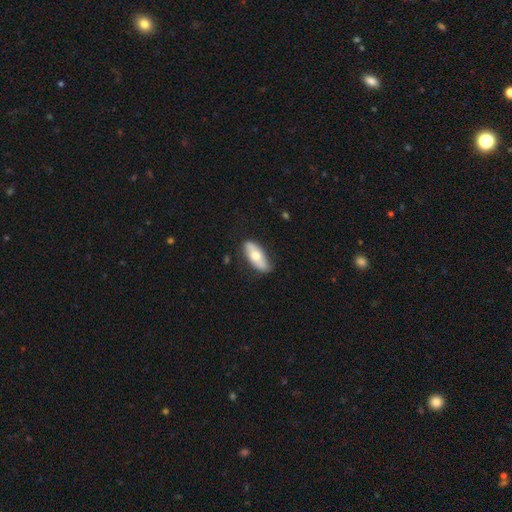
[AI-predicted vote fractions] Overall: smooth (62%; featured or disk 33%). How rounded: in between (81%). Merging: none (80%).